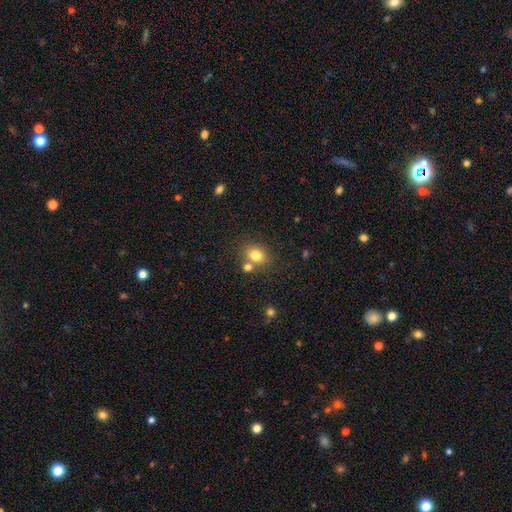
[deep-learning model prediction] Smooth or featured? Predicted: smooth (p=0.80). How rounded? Predicted: in between (p=0.60). Merging? Predicted: none (p=0.64).